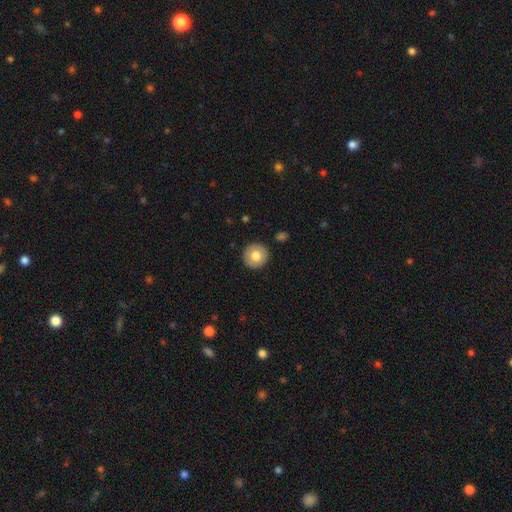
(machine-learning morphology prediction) smooth 78%, featured or disk 15%, star or artifact 8%. Down the decision tree: how rounded — round (95%); merging — none (91%).